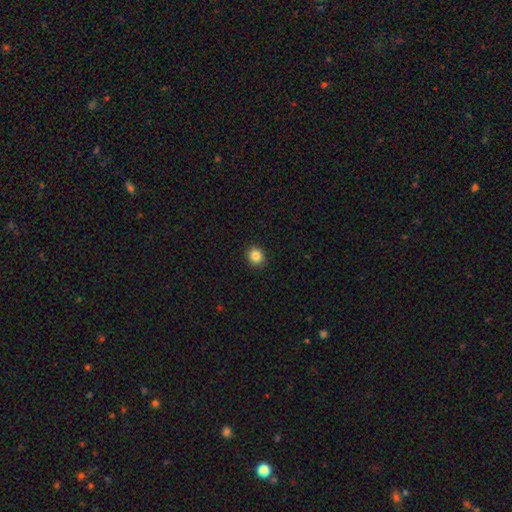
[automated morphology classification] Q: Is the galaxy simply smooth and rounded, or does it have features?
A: smooth — 85%.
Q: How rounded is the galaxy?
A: round — 81%.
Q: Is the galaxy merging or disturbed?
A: none — 91%.